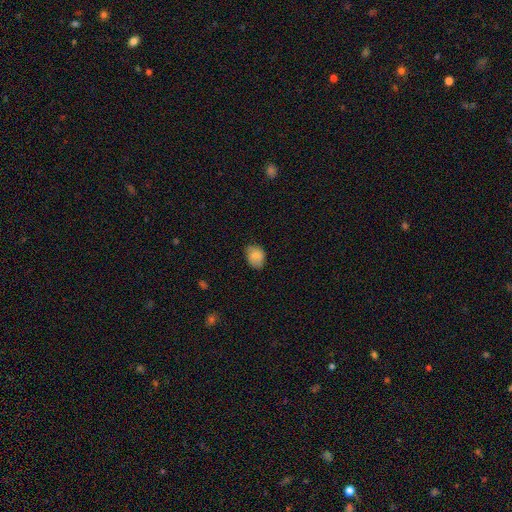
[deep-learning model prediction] The model was most divided on "how rounded": in between: 57%, round: 42%, cigar-shaped: 1%. More confident: smooth or featured — smooth (83%); merging — none (71%).